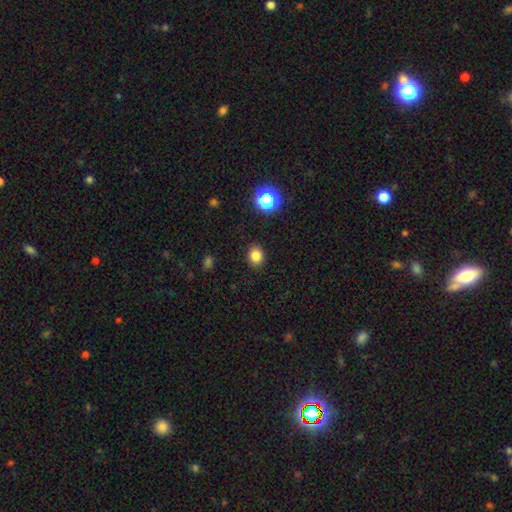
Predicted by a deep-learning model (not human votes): Overall: smooth (83%). How rounded: round (66%; in between 33%). Merging: none (89%).